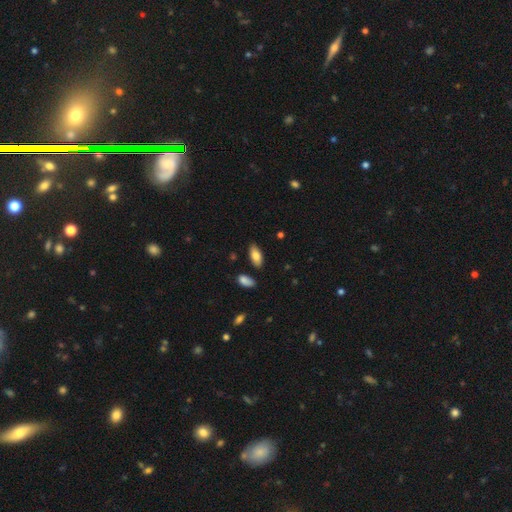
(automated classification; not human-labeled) Smooth or featured: smooth — 81% (featured or disk — 12%)
How rounded: in between — 88% (cigar-shaped — 10%)
Merging: none — 84% (minor disturbance — 11%)